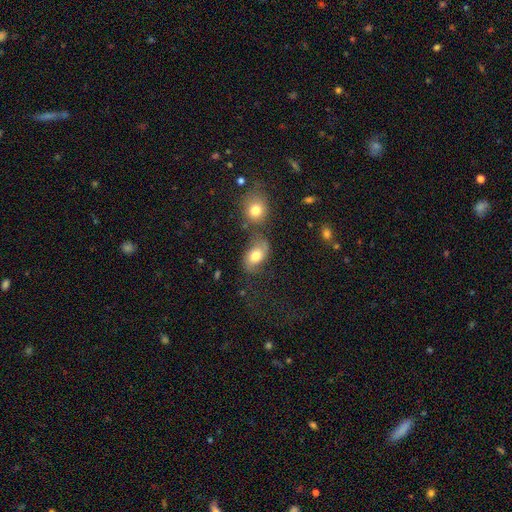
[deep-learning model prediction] Overall: smooth (61%; featured or disk 29%). How rounded: in between (81%). Merging: none (54%; minor disturbance 20%).